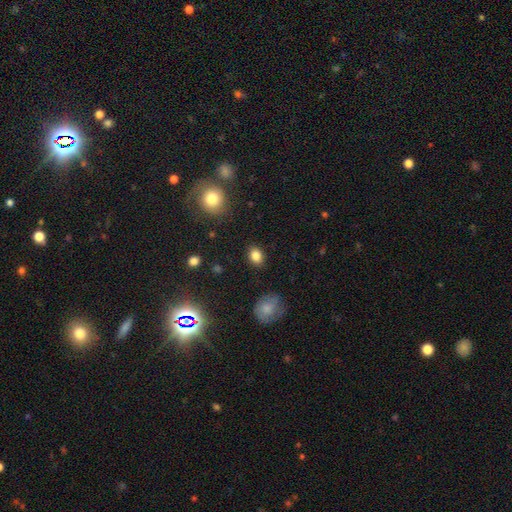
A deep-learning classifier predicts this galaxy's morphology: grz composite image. It shows a smooth galaxy with no disk features (84%) that is in between round and cigar-shaped (67%). Merging: none (88%).